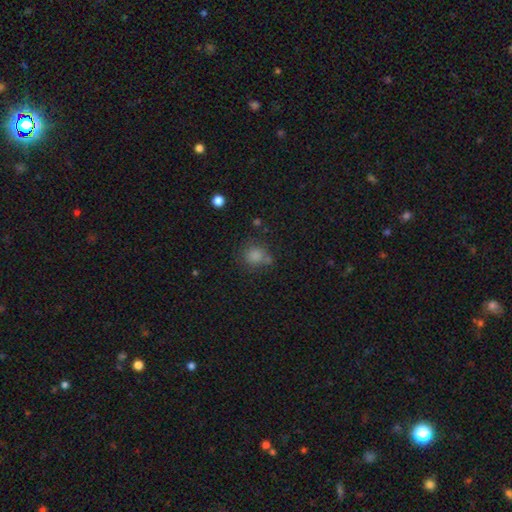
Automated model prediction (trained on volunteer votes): A smooth galaxy with no disk features (81%) that is round (78%).

Vote fractions:
- Smooth or featured? smooth: 81% / star or artifact: 13% / featured or disk: 6%
- How rounded? round: 78% / in between: 21% / cigar-shaped: 1%
- Merging? none: 62% / minor disturbance: 17% / merger: 14% / major disturbance: 7%